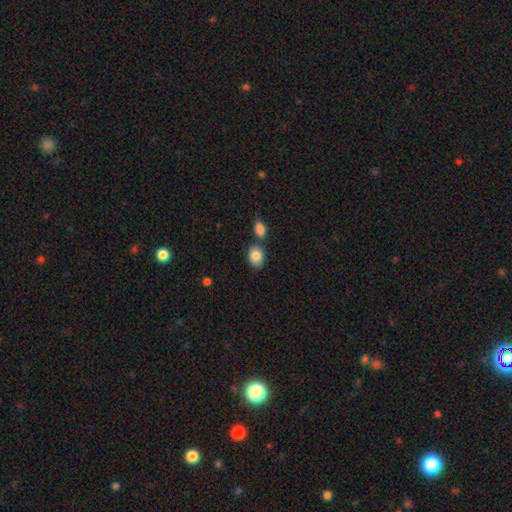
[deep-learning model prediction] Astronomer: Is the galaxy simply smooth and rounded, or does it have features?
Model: smooth — 86%.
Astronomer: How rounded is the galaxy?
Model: in between — 69%.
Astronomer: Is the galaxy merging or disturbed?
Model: none — 65%.